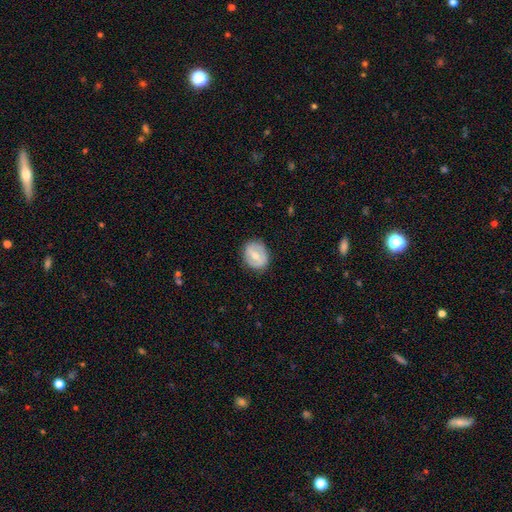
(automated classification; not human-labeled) Overall: featured or disk (49%; smooth 45%). Merging: none (81%).